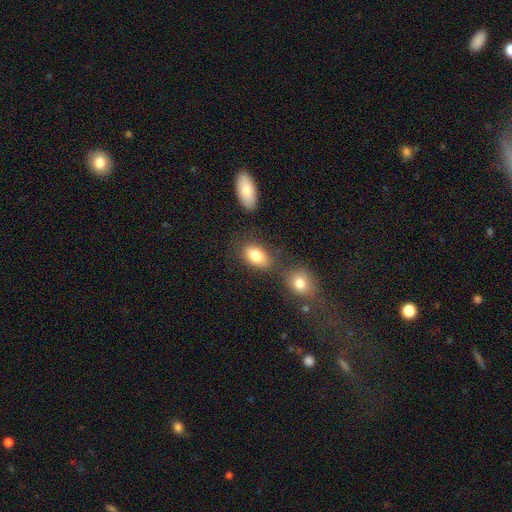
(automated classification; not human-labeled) This is clearly a smooth galaxy (83%). How rounded: clearly in between (87%). Merging: likely none (64%).